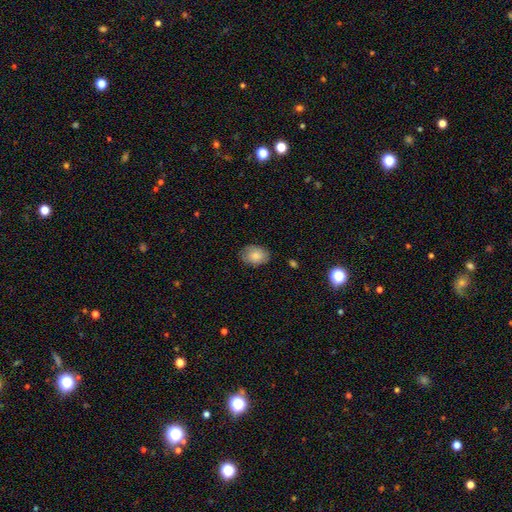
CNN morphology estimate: Q: Smooth or featured?
A: smooth (81%); runner-up: featured or disk (12%)
Q: How rounded?
A: in between (77%); runner-up: round (22%)
Q: Merging?
A: none (79%); runner-up: minor disturbance (17%)